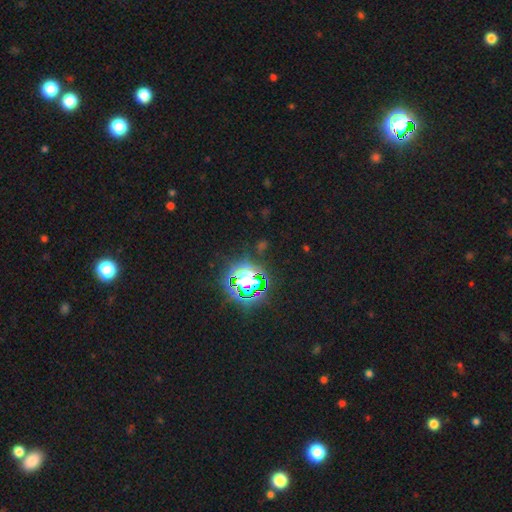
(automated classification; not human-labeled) smooth-or-featured: star or artifact: 81% | smooth: 12% | featured or disk: 6%